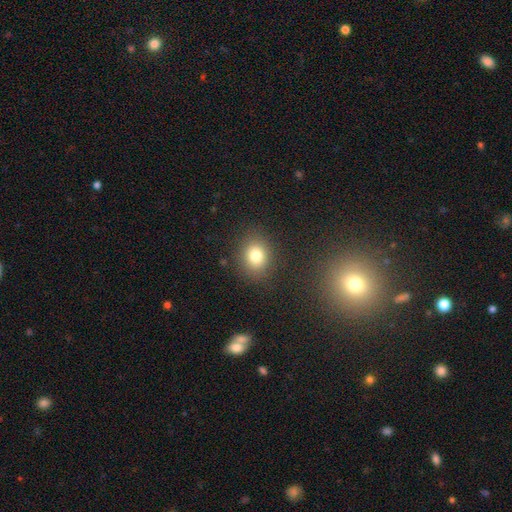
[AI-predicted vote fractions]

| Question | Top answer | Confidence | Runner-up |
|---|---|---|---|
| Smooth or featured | smooth | 80% | star or artifact (12%) |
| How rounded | round | 61% | in between (38%) |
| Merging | none | 85% | minor disturbance (9%) |